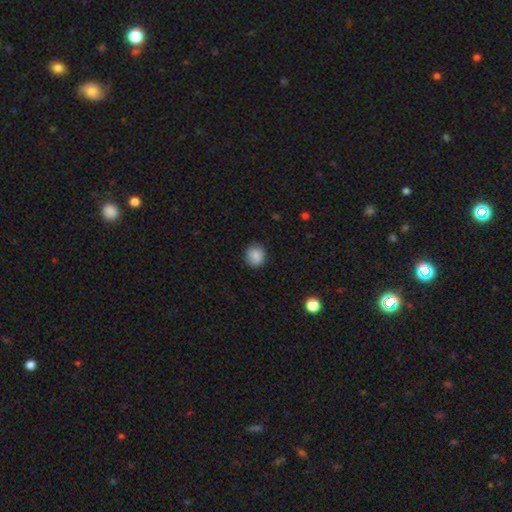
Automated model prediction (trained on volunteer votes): Smooth or featured? Predicted: smooth (p=0.87). How rounded? Predicted: round (p=0.86). Merging? Predicted: none (p=0.88).